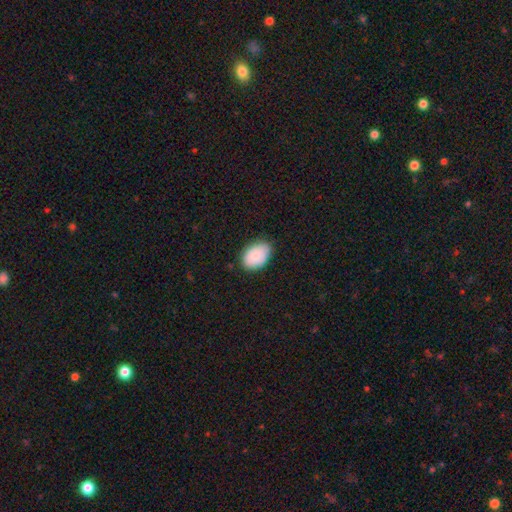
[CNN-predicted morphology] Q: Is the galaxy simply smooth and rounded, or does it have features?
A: smooth — 86%.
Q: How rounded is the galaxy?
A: in between — 88%.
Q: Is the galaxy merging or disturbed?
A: none — 80%.